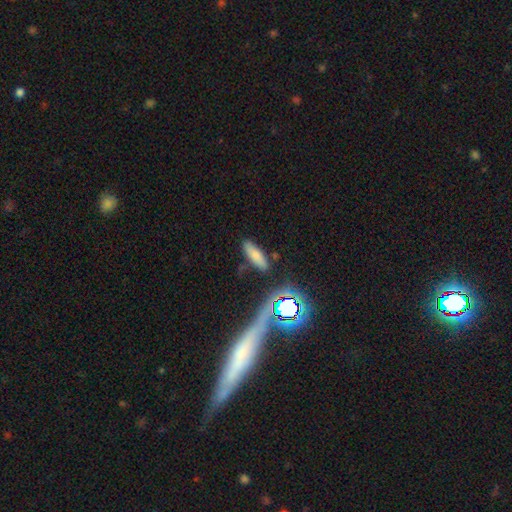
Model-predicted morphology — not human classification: smooth-or-featured: smooth: 75% | star or artifact: 13% | featured or disk: 12%
  how-rounded: in between: 50% | cigar-shaped: 47% | round: 3%
  merging: none: 78% | minor disturbance: 13% | merger: 5% | major disturbance: 4%